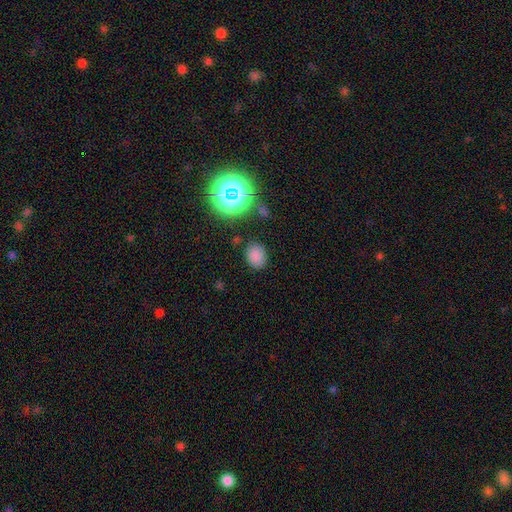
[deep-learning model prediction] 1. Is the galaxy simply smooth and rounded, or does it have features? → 75% smooth, 19% star or artifact, 6% featured or disk.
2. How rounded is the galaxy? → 53% in between, 46% round, 1% cigar-shaped.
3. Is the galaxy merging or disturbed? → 80% none, 12% minor disturbance, 4% major disturbance, 3% merger.